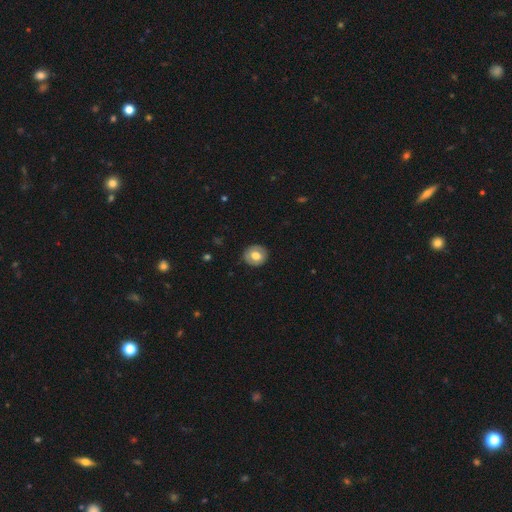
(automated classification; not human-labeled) This appears to be a smooth galaxy with no disk features (67%) that is round (83%). Merging: none (88%).